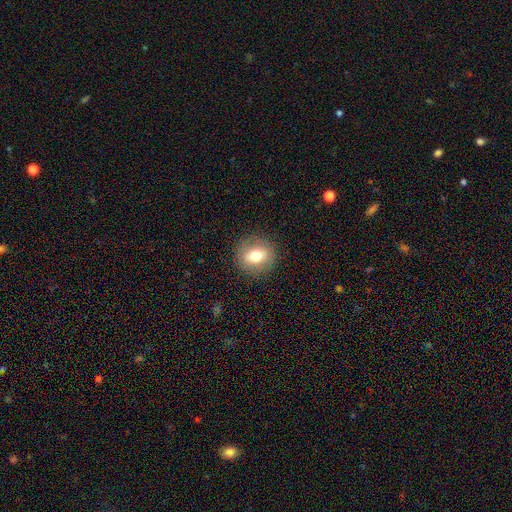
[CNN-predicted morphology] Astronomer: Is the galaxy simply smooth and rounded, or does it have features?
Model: smooth — 67%.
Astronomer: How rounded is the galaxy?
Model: round — 77%.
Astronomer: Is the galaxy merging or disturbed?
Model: none — 88%.